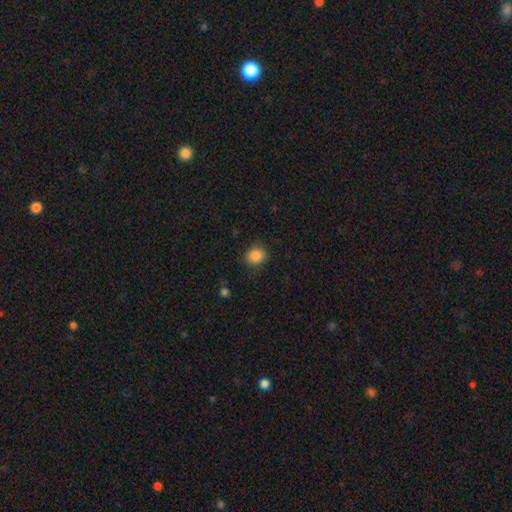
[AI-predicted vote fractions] smooth 86%, star or artifact 10%, featured or disk 4%. Down the decision tree: how rounded — round (79%); merging — none (86%).